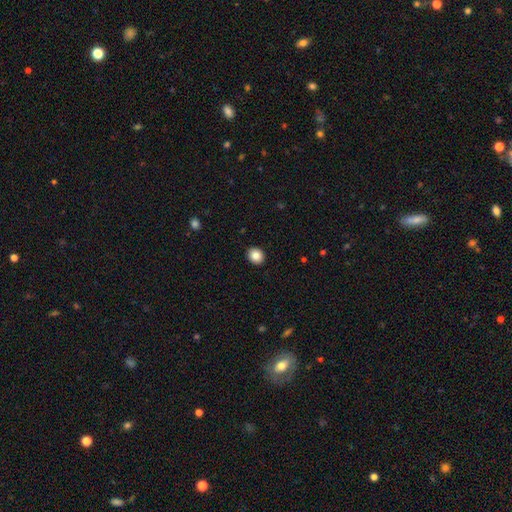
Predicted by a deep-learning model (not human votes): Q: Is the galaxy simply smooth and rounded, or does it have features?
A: smooth — 85%.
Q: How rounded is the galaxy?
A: round — 72%.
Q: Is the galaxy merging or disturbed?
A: none — 91%.